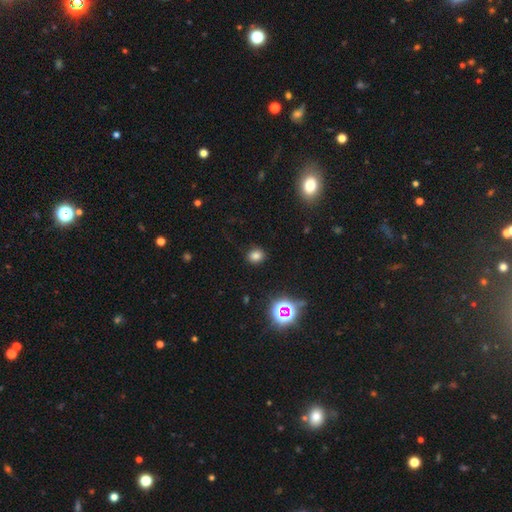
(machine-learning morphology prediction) Smooth or featured? smooth (76%)
How rounded? round (75%)
Merging? none (88%)